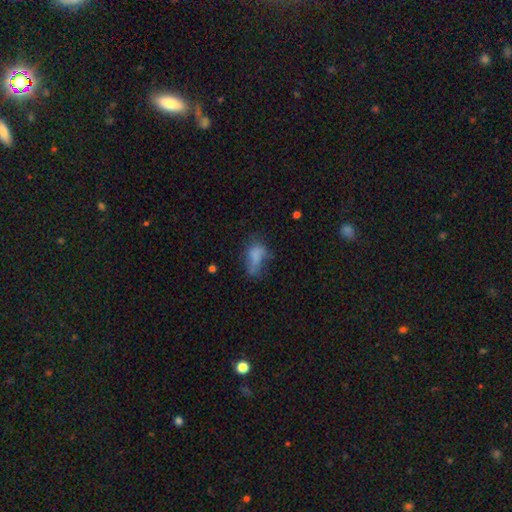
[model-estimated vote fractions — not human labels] A smooth galaxy with no disk features (67%) that is in between round and cigar-shaped (86%). Merging: none (32%, tied with major disturbance).